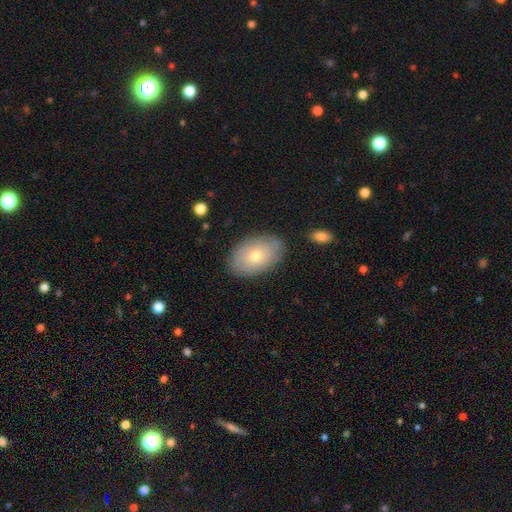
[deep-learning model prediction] Smooth or featured? smooth (69%)
How rounded? in between (90%)
Merging? none (85%)